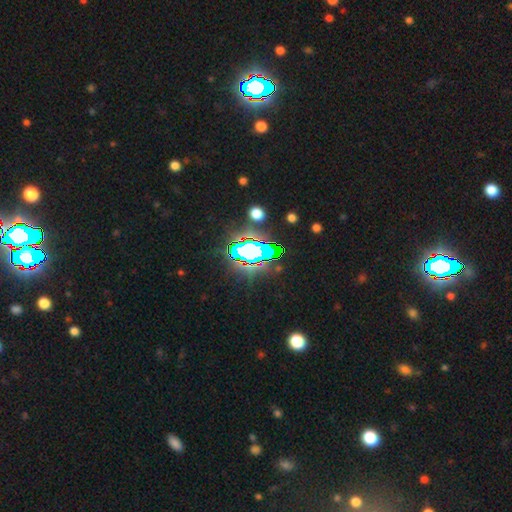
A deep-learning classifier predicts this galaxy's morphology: This is likely a star or artifact rather than a galaxy (66%).